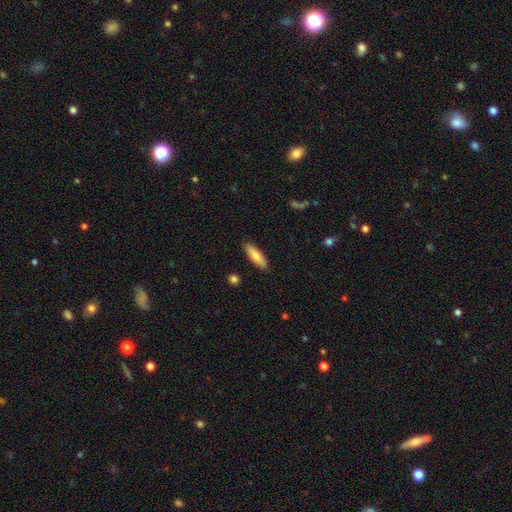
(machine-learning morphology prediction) Smooth or featured: smooth — 78% (featured or disk — 16%)
How rounded: cigar-shaped — 54% (in between — 44%)
Merging: none — 89% (minor disturbance — 8%)